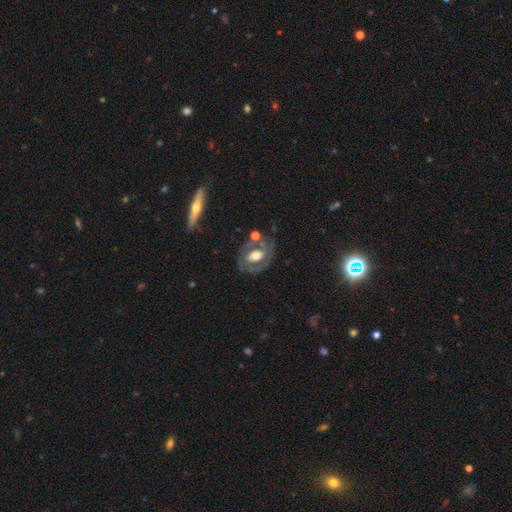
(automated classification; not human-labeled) Morphology: type=featured or disk (64%); edge-on=no (93%); bar=no (62%); spiral arms=no (58%); bulge=moderate (57%); merging=none (58%).